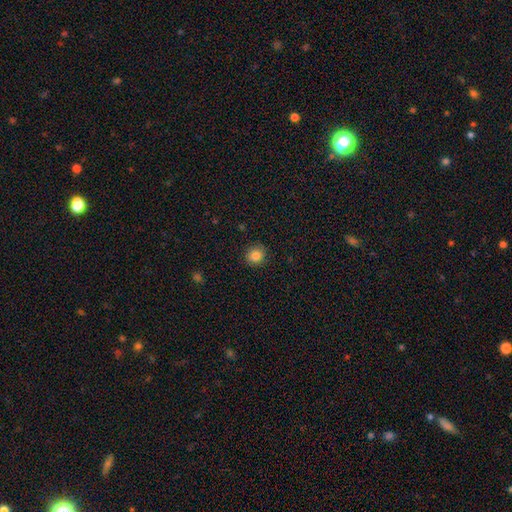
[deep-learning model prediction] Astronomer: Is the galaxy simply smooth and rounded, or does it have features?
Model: smooth — 85%.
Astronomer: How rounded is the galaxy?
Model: round — 87%.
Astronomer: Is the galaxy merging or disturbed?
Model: none — 89%.